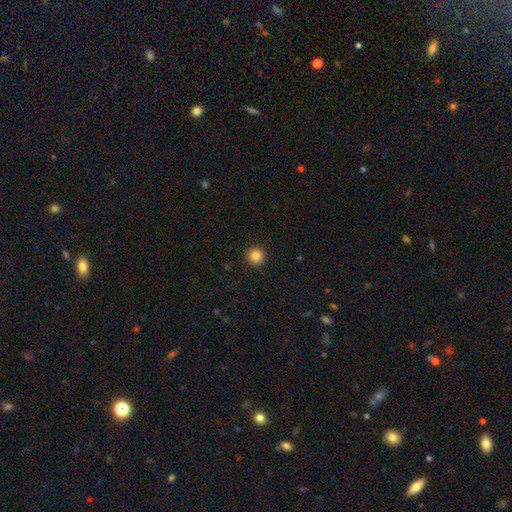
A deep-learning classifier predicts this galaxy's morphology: type=smooth (85%); roundness=round (96%); merging=none (93%).